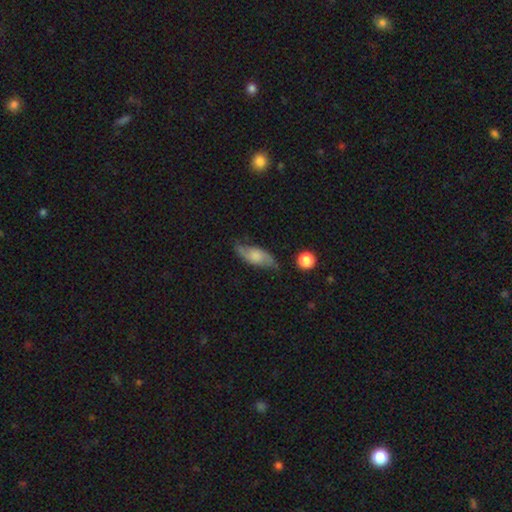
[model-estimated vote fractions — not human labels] Q: Smooth or featured?
A: featured or disk (51%); runner-up: smooth (42%)
Q: Edge-on disk?
A: no (82%); runner-up: yes (18%)
Q: Merging?
A: none (65%); runner-up: minor disturbance (25%)